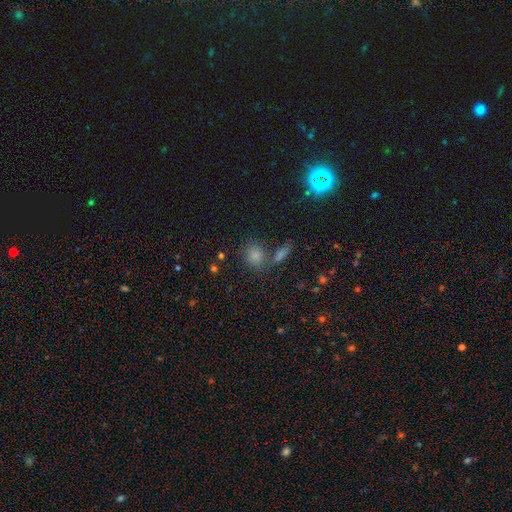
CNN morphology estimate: Q: Smooth or featured?
A: smooth (76%); runner-up: star or artifact (16%)
Q: How rounded?
A: round (66%); runner-up: in between (31%)
Q: Merging?
A: none (62%); runner-up: merger (22%)